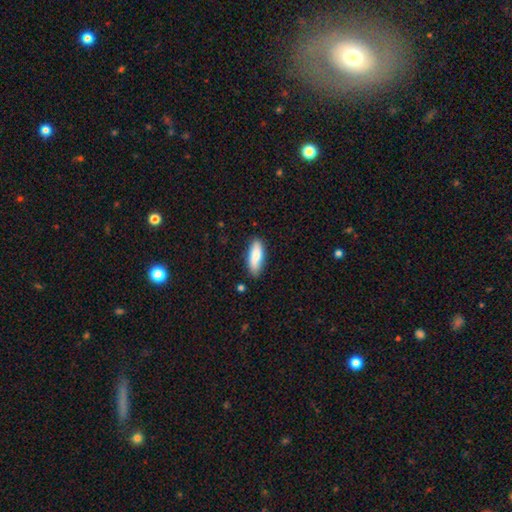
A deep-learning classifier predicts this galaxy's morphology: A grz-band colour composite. It shows a smooth galaxy with no disk features (81%) that is in between round and cigar-shaped (62%). Merging: none (82%).